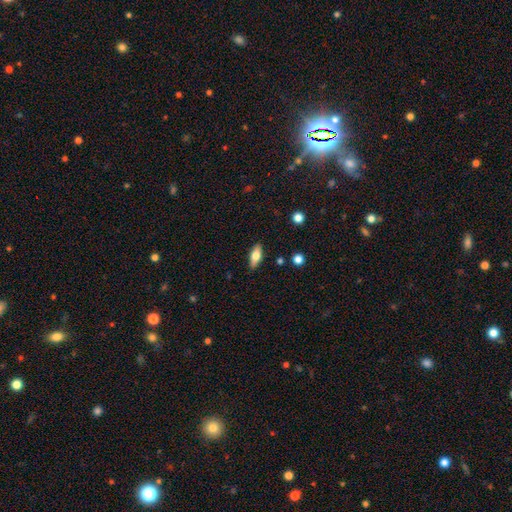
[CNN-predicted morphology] smooth_or_featured: smooth (p=0.64) [alt: featured or disk p=0.29]
how_rounded: in between (p=0.75) [alt: cigar-shaped p=0.21]
merging: none (p=0.87) [alt: minor disturbance p=0.09]